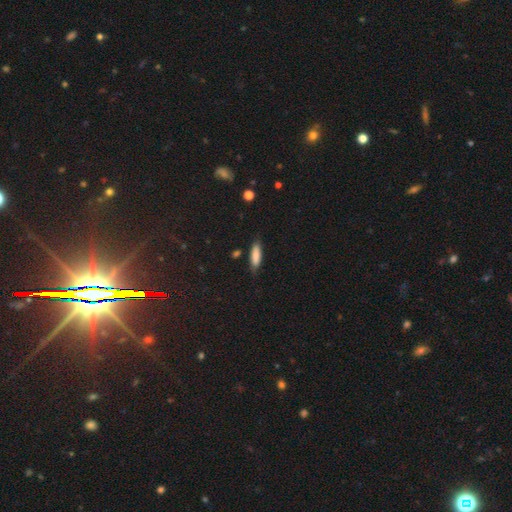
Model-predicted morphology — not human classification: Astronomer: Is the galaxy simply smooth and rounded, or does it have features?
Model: smooth — 81%.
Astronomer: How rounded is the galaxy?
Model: cigar-shaped — 50% (runner-up: in between, 48%).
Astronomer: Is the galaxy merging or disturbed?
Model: none — 79%.